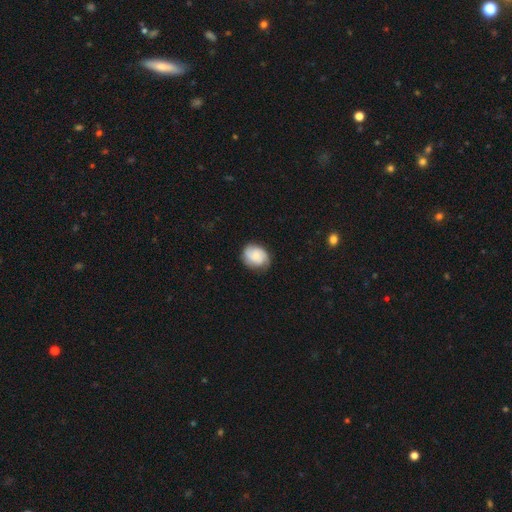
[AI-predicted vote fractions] smooth 54%, featured or disk 38%, star or artifact 8%. Down the decision tree: how rounded — round (54%); merging — none (73%).